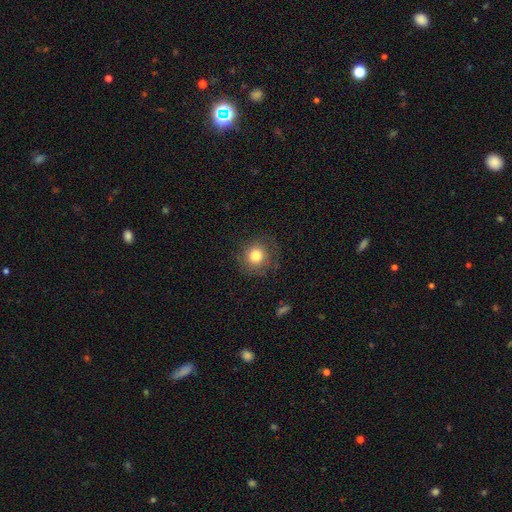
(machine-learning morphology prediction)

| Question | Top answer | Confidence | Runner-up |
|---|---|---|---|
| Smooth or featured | smooth | 79% | star or artifact (11%) |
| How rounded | round | 92% | in between (7%) |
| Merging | none | 81% | minor disturbance (12%) |